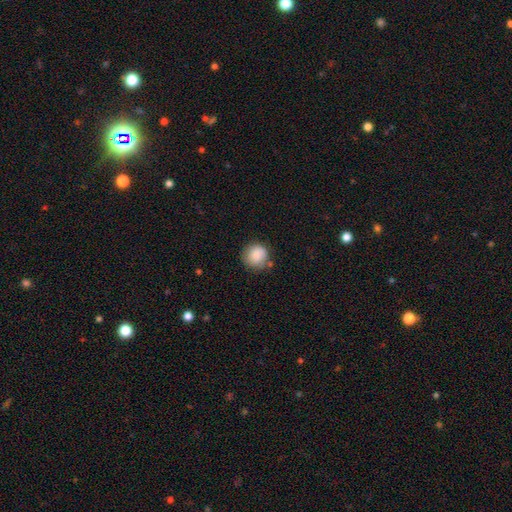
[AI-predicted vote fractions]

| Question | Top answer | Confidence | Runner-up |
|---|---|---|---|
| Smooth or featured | smooth | 85% | star or artifact (8%) |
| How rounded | round | 92% | in between (7%) |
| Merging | none | 76% | minor disturbance (15%) |